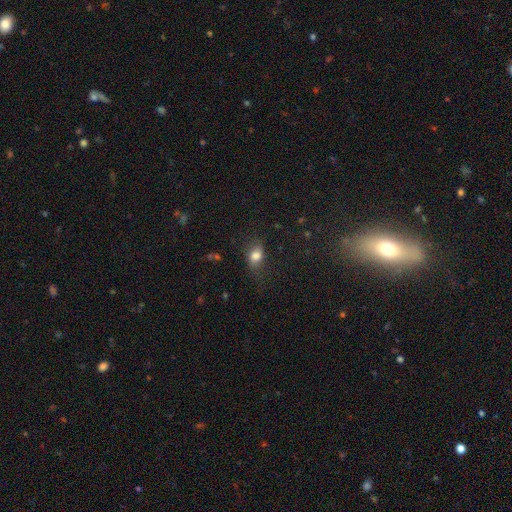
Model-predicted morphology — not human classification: This appears to be a smooth galaxy with no disk features (75%) that is in between round and cigar-shaped (74%). Merging: none (64%).